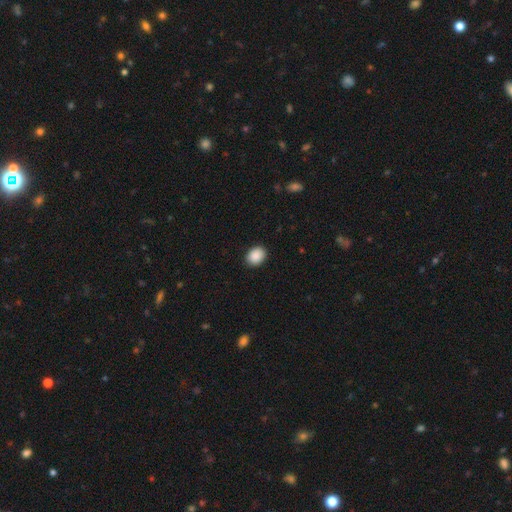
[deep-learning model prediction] Smooth or featured?
  - smooth: 90% *
  - star or artifact: 8%
  - featured or disk: 3%
How rounded?
  - in between: 62% *
  - round: 37%
  - cigar-shaped: 1%
Merging?
  - none: 90% *
  - minor disturbance: 7%
  - major disturbance: 2%
  - merger: 1%